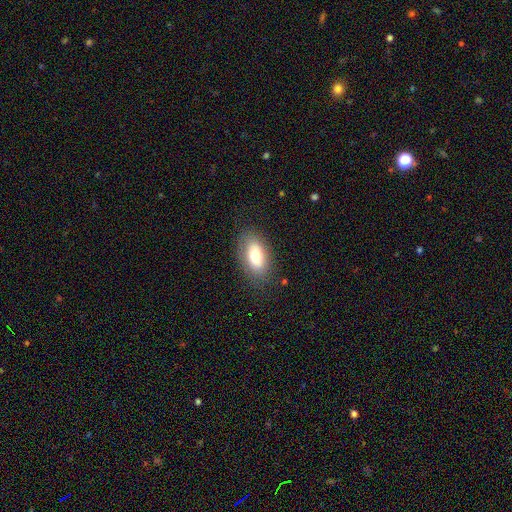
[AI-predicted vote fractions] Smooth or featured? Predicted: smooth (p=0.75). How rounded? Predicted: in between (p=0.91). Merging? Predicted: none (p=0.81).